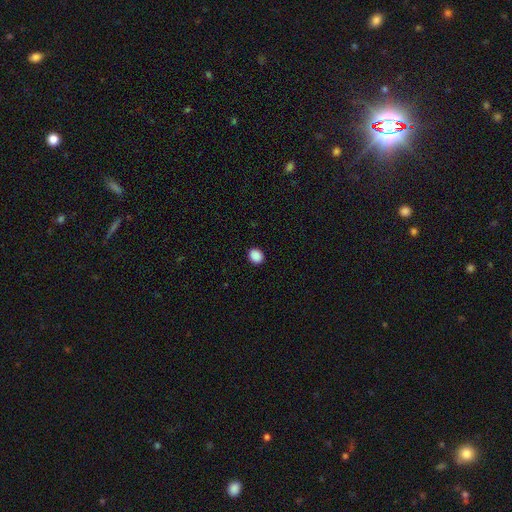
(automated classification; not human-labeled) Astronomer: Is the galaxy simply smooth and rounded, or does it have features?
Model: smooth — 89%.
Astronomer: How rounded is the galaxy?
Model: round — 67%.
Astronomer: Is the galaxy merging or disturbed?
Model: none — 92%.